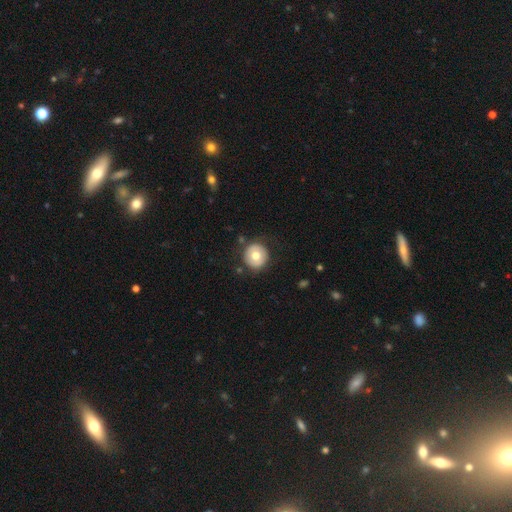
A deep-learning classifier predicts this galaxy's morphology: A smooth galaxy with no disk features (67%) that is round (94%).

Vote fractions:
- Smooth or featured? smooth: 67% / featured or disk: 25% / star or artifact: 8%
- How rounded? round: 94% / in between: 5% / cigar-shaped: 1%
- Merging? none: 85% / minor disturbance: 10% / major disturbance: 3% / merger: 2%